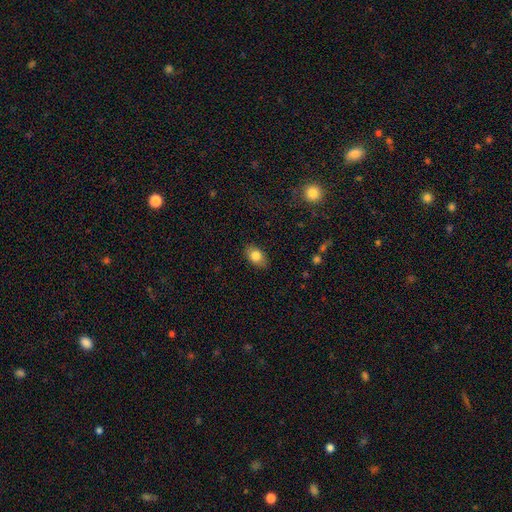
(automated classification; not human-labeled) Smooth or featured?
  - smooth: 82% *
  - featured or disk: 10%
  - star or artifact: 8%
How rounded?
  - in between: 82% *
  - round: 16%
  - cigar-shaped: 2%
Merging?
  - none: 86% *
  - minor disturbance: 11%
  - major disturbance: 3%
  - merger: 1%